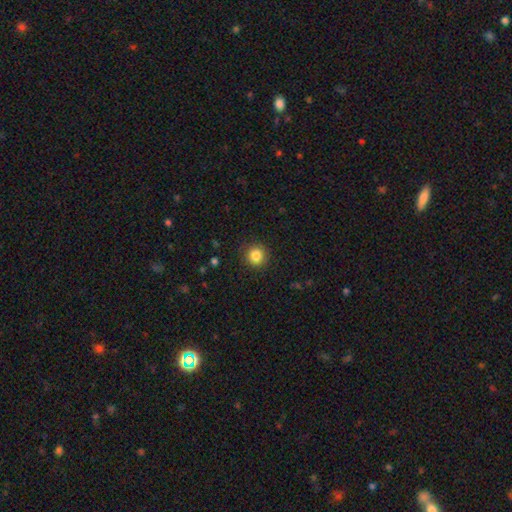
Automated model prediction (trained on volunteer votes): Smooth or featured: smooth — 85% (star or artifact — 10%)
How rounded: round — 93% (in between — 6%)
Merging: none — 90% (minor disturbance — 7%)